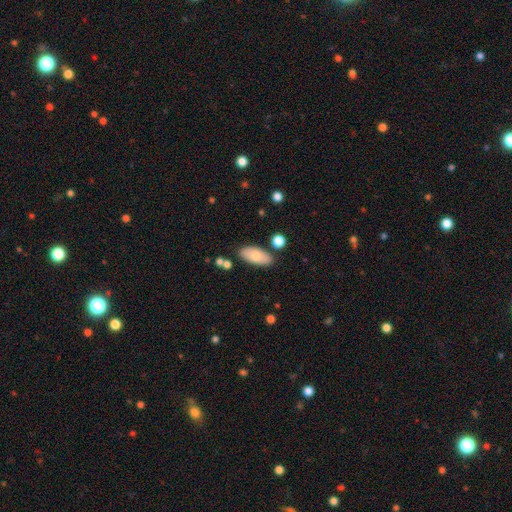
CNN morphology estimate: Q: Smooth or featured?
A: smooth (77%); runner-up: featured or disk (17%)
Q: How rounded?
A: in between (88%); runner-up: cigar-shaped (10%)
Q: Merging?
A: none (80%); runner-up: minor disturbance (13%)